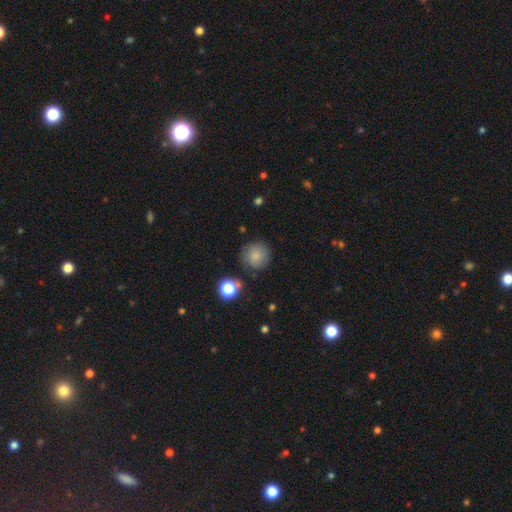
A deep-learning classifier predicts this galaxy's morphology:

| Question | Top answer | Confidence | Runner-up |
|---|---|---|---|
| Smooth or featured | smooth | 78% | featured or disk (11%) |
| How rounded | round | 93% | in between (6%) |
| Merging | none | 77% | minor disturbance (15%) |